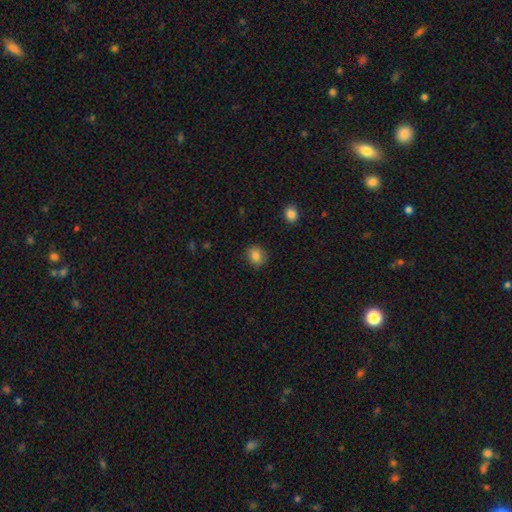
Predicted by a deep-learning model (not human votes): smooth_or_featured: smooth (p=0.85) [alt: star or artifact p=0.10]
how_rounded: round (p=0.71) [alt: in between p=0.28]
merging: none (p=0.87) [alt: minor disturbance p=0.09]